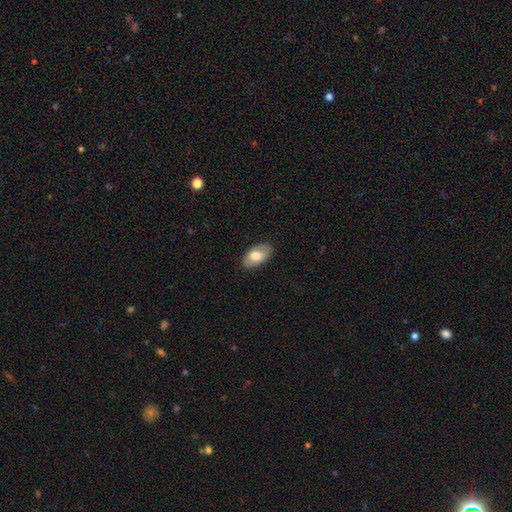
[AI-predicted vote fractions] Morphology: type=smooth (70%); roundness=in between (94%); merging=none (83%).